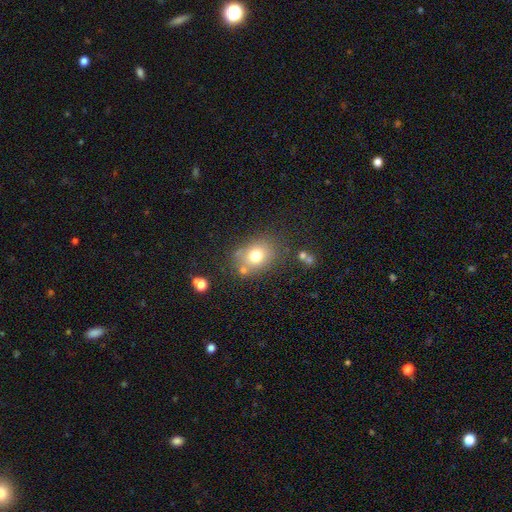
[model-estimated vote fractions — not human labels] Smooth or featured: smooth — 73% (featured or disk — 14%)
How rounded: in between — 53% (round — 46%)
Merging: none — 69% (minor disturbance — 16%)